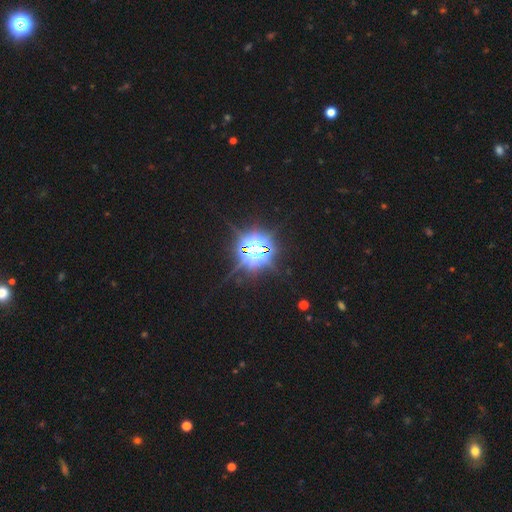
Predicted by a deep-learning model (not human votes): Overall: star or artifact (77%).